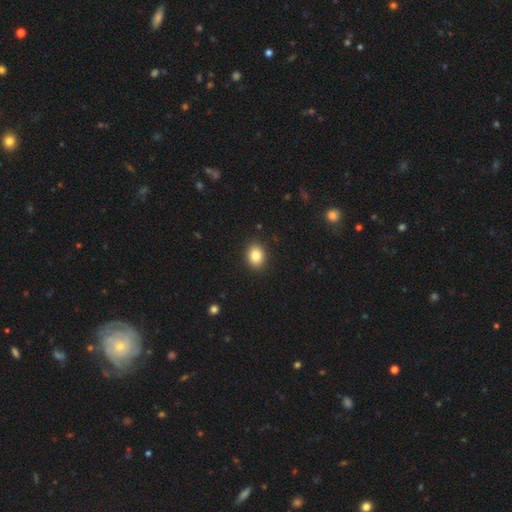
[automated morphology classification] Q: Smooth or featured?
A: smooth (85%); runner-up: star or artifact (9%)
Q: How rounded?
A: in between (58%); runner-up: round (41%)
Q: Merging?
A: none (90%); runner-up: minor disturbance (7%)